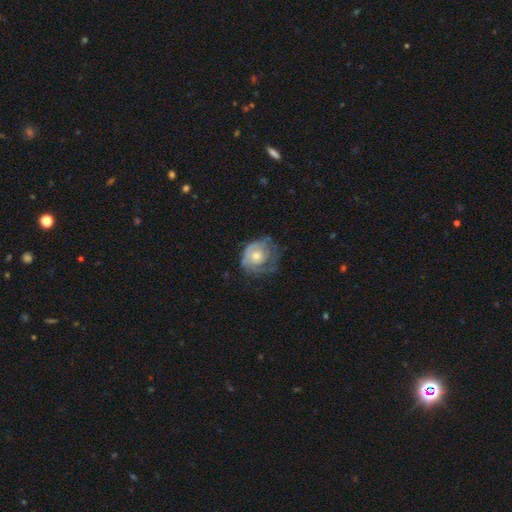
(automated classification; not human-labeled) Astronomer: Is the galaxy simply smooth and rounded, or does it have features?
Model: featured or disk — 55% (runner-up: smooth, 38%).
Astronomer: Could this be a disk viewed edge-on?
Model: no — 97%.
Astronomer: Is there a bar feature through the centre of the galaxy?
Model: no — 84%.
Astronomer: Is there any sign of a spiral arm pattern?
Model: yes — 60% (runner-up: no, 40%).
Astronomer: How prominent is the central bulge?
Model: moderate — 59%.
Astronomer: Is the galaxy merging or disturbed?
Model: none — 46% (runner-up: minor disturbance, 29%).